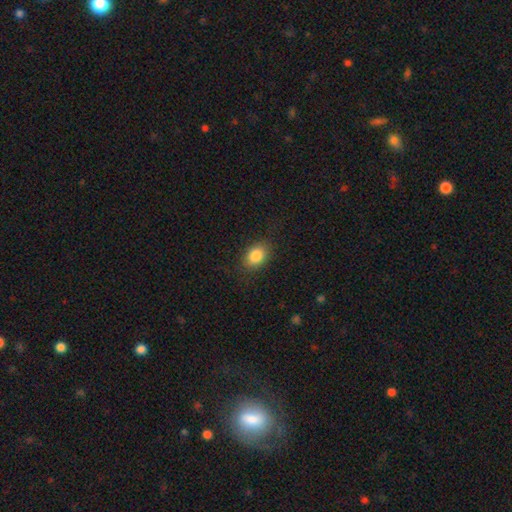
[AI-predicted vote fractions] Smooth or featured? Predicted: smooth (p=0.85). How rounded? Predicted: in between (p=0.78). Merging? Predicted: none (p=0.84).